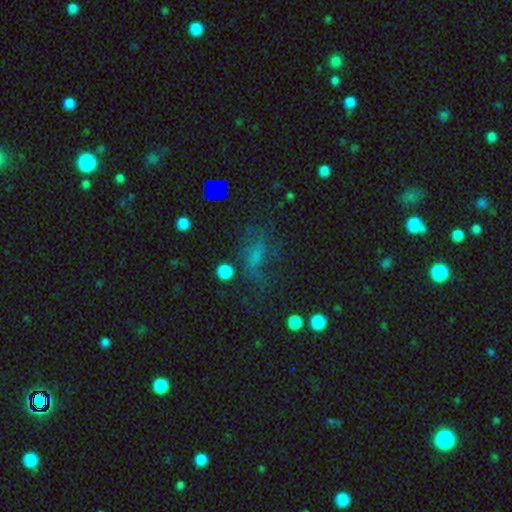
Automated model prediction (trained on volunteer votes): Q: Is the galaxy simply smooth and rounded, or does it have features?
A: smooth — 44%.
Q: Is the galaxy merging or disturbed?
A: none — 47%.